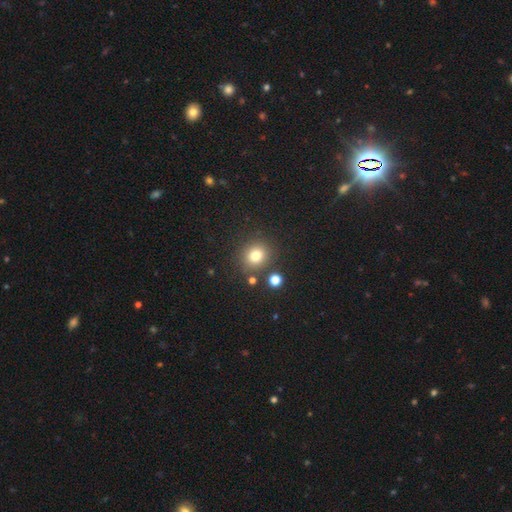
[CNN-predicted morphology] Smooth or featured? Predicted: smooth (p=0.77). How rounded? Predicted: round (p=0.84). Merging? Predicted: none (p=0.82).